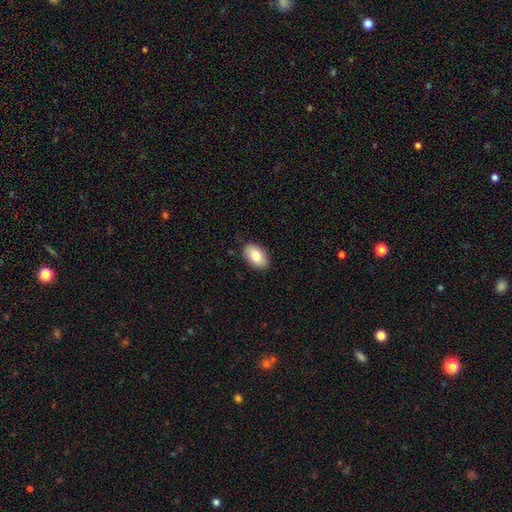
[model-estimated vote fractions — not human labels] smooth-or-featured: smooth: 82% | featured or disk: 11% | star or artifact: 7%
  how-rounded: in between: 92% | round: 7% | cigar-shaped: 1%
  merging: none: 87% | minor disturbance: 10% | major disturbance: 2% | merger: 1%